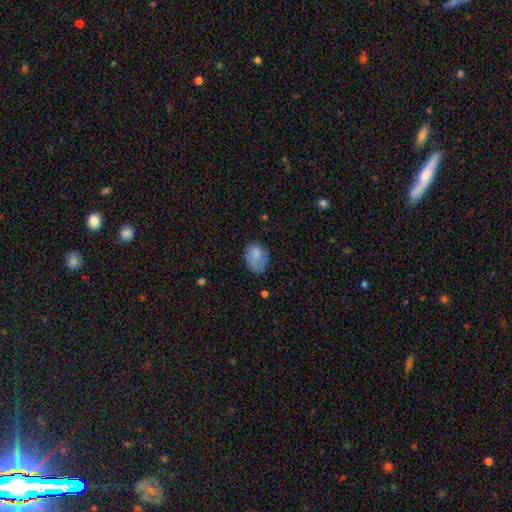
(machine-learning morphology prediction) Smooth or featured? smooth (74%)
How rounded? in between (76%)
Merging? none (50%)